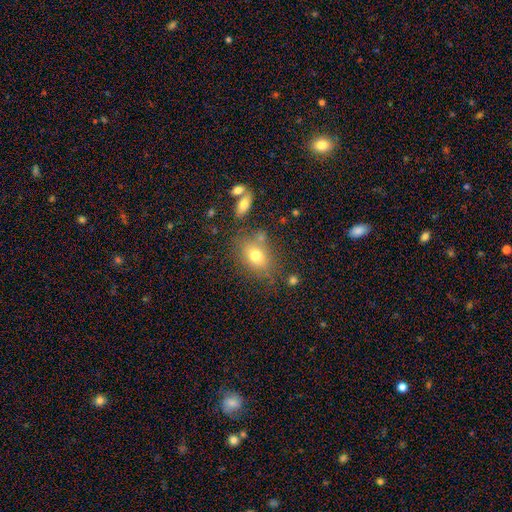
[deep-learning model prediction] This appears to be a smooth galaxy with no disk features (74%) that is in between round and cigar-shaped (74%). Merging: none (69%).